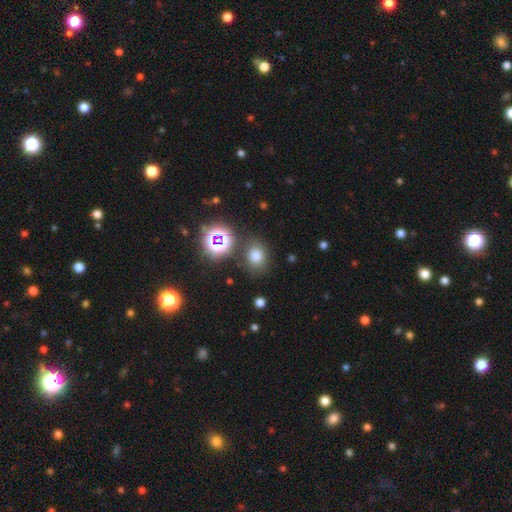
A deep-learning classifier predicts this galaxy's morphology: Smooth or featured? Predicted: smooth (p=0.72). How rounded? Predicted: round (p=0.59). Merging? Predicted: none (p=0.78).